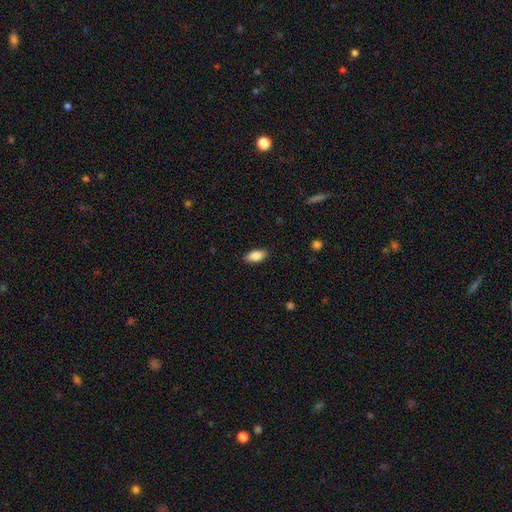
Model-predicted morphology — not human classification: type=smooth (86%); roundness=in between (89%); merging=none (88%).